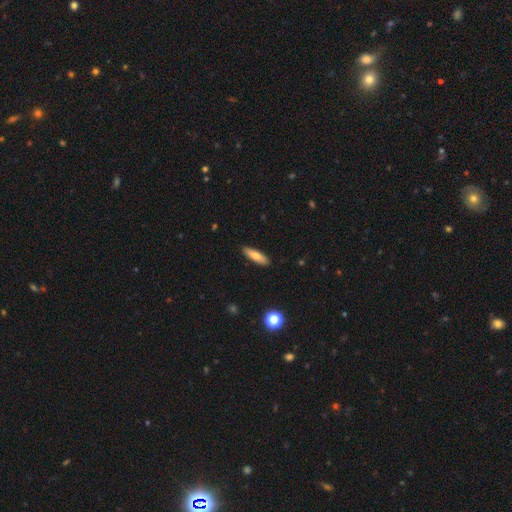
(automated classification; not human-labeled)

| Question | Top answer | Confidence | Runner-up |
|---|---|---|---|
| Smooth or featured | smooth | 76% | featured or disk (18%) |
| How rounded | cigar-shaped | 63% | in between (35%) |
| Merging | none | 90% | minor disturbance (8%) |